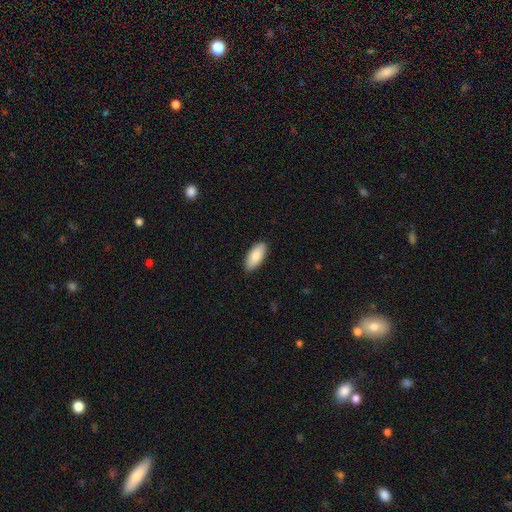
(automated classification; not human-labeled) A smooth galaxy with no disk features (86%) that is in between round and cigar-shaped (90%).

Vote fractions:
- Smooth or featured? smooth: 86% / featured or disk: 8% / star or artifact: 6%
- How rounded? in between: 90% / cigar-shaped: 8% / round: 2%
- Merging? none: 88% / minor disturbance: 9% / major disturbance: 2% / merger: 1%